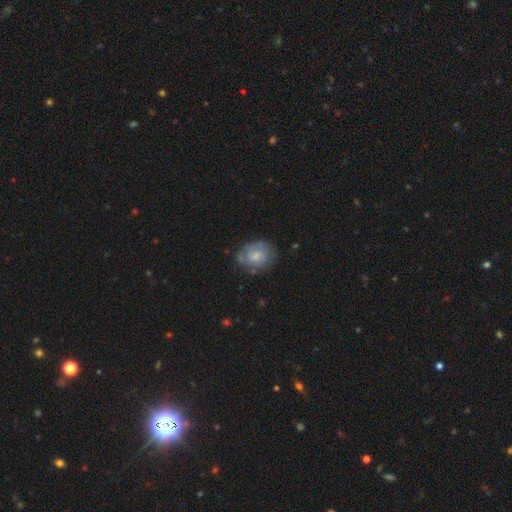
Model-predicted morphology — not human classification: smooth 50%, featured or disk 43%, star or artifact 7%. Down the decision tree: how rounded — round (55%); merging — none (65%).